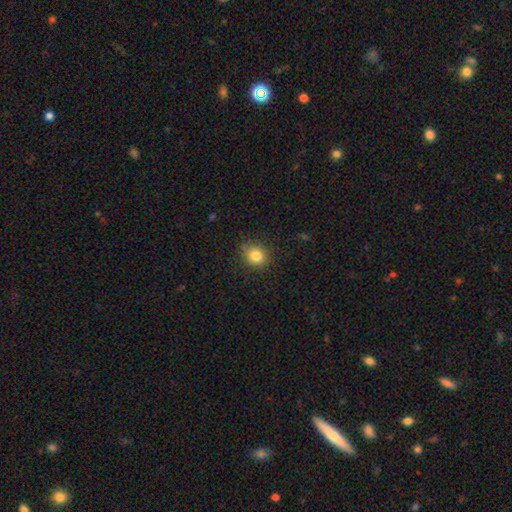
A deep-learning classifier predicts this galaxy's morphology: This is clearly a smooth galaxy (83%). How rounded: likely round (69%). Merging: clearly none (82%).